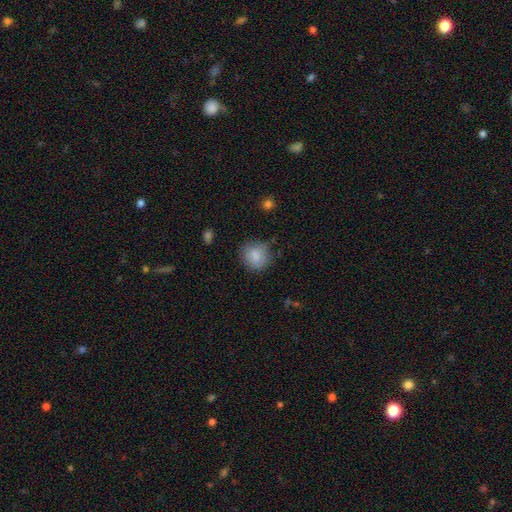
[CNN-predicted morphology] Overall: smooth (84%). How rounded: round (85%). Merging: none (75%).